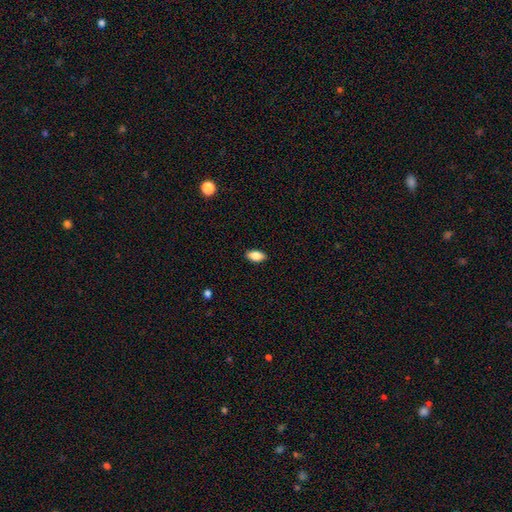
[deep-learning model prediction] A smooth galaxy with no disk features (86%) that is in between round and cigar-shaped (92%). Merging: none (89%).